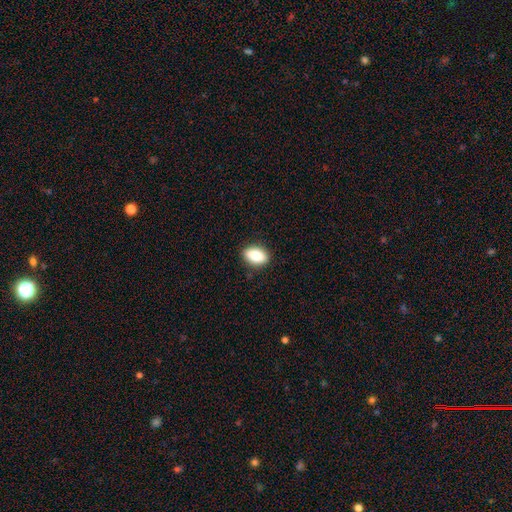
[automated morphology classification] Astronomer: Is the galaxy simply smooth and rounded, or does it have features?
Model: smooth — 82%.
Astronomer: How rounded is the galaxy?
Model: in between — 85%.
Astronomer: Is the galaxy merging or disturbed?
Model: none — 88%.